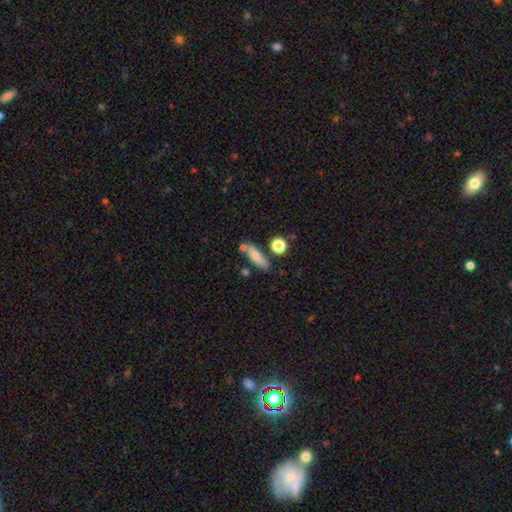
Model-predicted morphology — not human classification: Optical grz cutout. It shows a smooth galaxy with no disk features (71%) that is cigar-shaped (55%). Merging: none (68%).